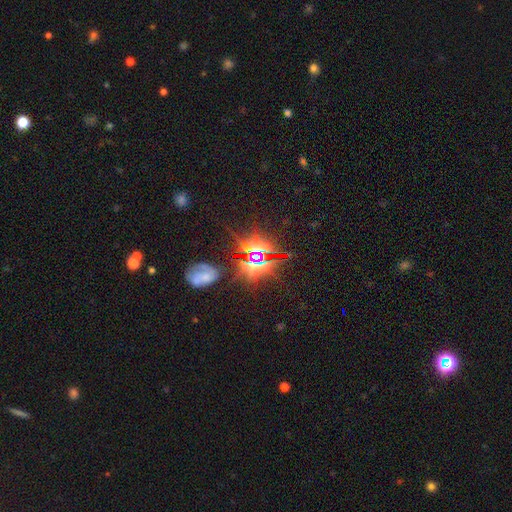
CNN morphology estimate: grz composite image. It shows a star or artifact, not a galaxy (74%).